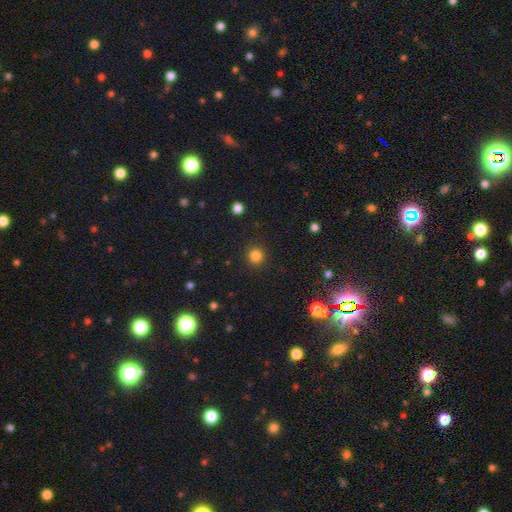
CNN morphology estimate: The model was most divided on "smooth or featured": smooth: 83%, star or artifact: 13%, featured or disk: 4%. More confident: how rounded — round (95%); merging — none (92%).